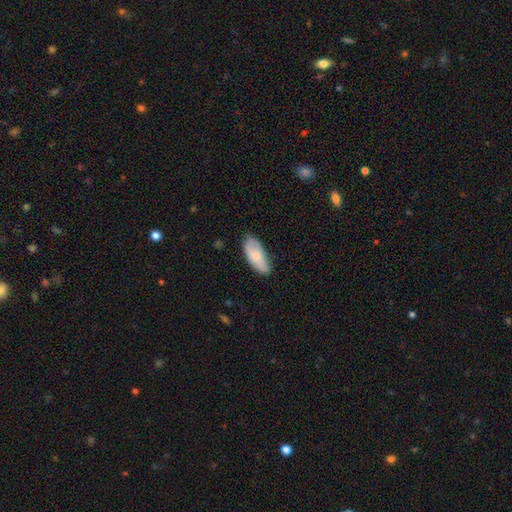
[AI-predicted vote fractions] Smooth or featured? Predicted: smooth (p=0.73). How rounded? Predicted: in between (p=0.86). Merging? Predicted: none (p=0.70).